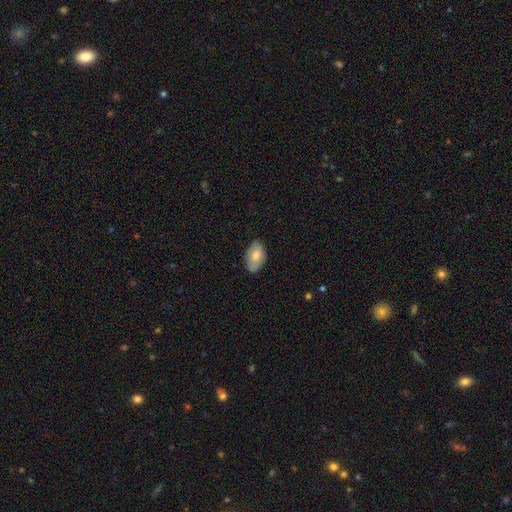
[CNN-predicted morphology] This is likely a smooth galaxy (78%). How rounded: clearly in between (93%). Merging: likely none (76%).